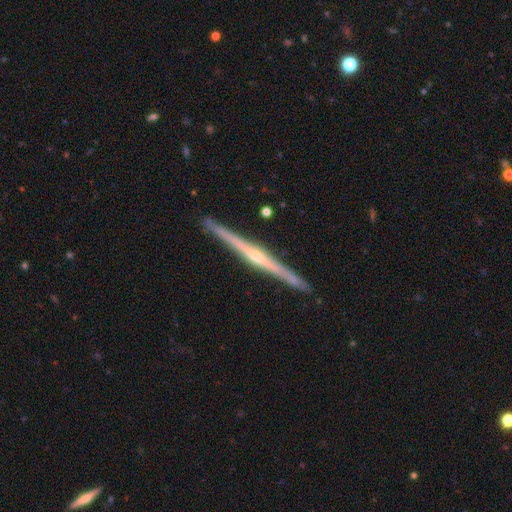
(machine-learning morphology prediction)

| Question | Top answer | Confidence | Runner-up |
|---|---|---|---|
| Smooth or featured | featured or disk | 83% | smooth (12%) |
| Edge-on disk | yes | 99% | no (1%) |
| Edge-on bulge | rounded | 78% | none (16%) |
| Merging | none | 91% | minor disturbance (6%) |